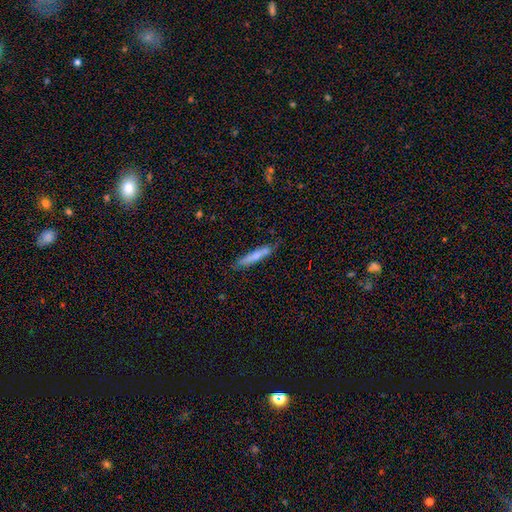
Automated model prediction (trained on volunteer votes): Morphology: type=smooth (70%); roundness=cigar-shaped (91%); merging=none (72%).